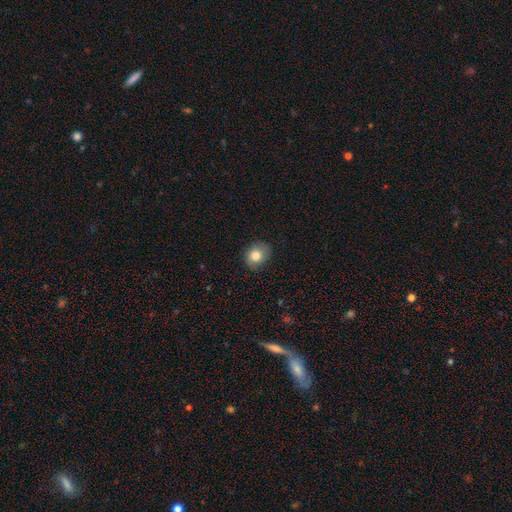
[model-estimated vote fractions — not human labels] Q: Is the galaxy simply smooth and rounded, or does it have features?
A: smooth — 80%.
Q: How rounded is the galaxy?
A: round — 60%.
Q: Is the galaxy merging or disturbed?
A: none — 81%.